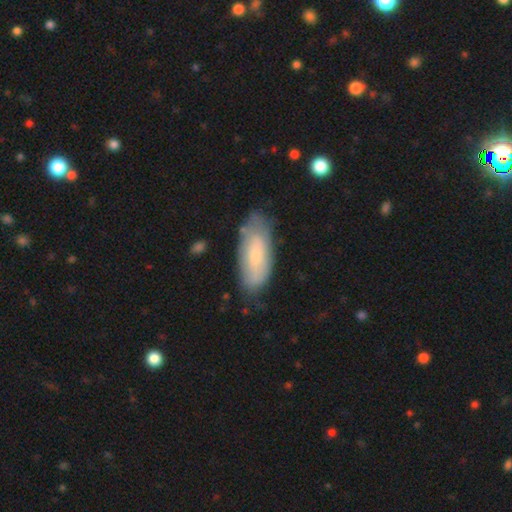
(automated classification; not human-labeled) smooth 62%, featured or disk 32%, star or artifact 6%. Down the decision tree: how rounded — in between (79%); merging — none (70%).